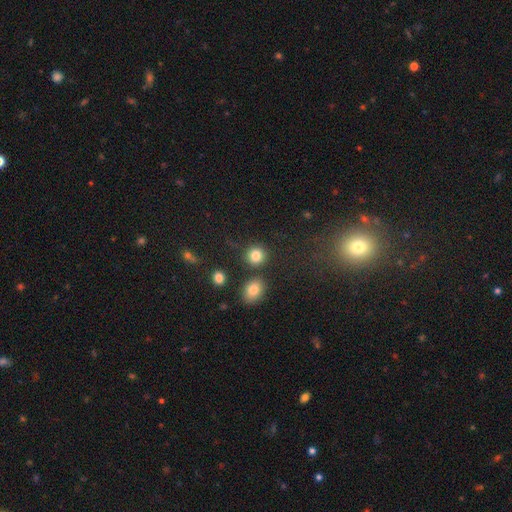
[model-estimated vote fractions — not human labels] A smooth galaxy with no disk features (83%) that is round (87%).

Vote fractions:
- Smooth or featured? smooth: 83% / star or artifact: 11% / featured or disk: 6%
- How rounded? round: 87% / in between: 12% / cigar-shaped: 1%
- Merging? none: 81% / minor disturbance: 8% / merger: 8% / major disturbance: 3%